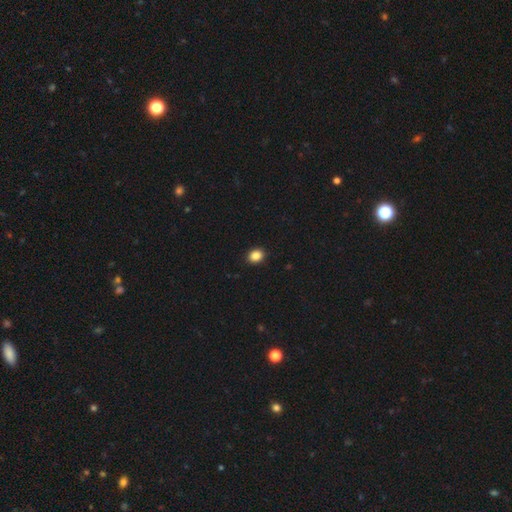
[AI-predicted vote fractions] Overall: smooth (87%). How rounded: round (51%; in between 48%). Merging: none (91%).